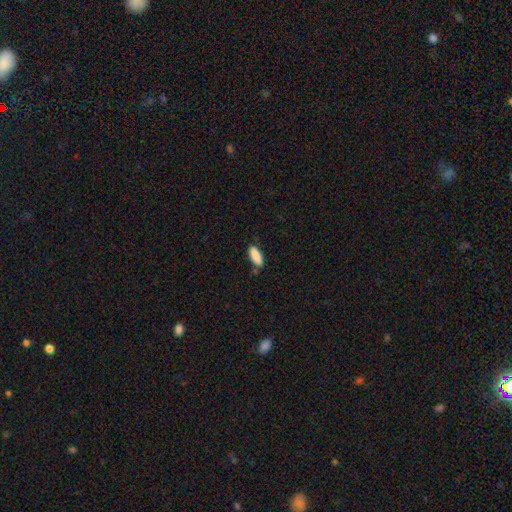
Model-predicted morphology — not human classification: The model was most divided on "how rounded": in between: 63%, cigar-shaped: 35%, round: 2%. More confident: smooth or featured — smooth (89%); merging — none (80%).